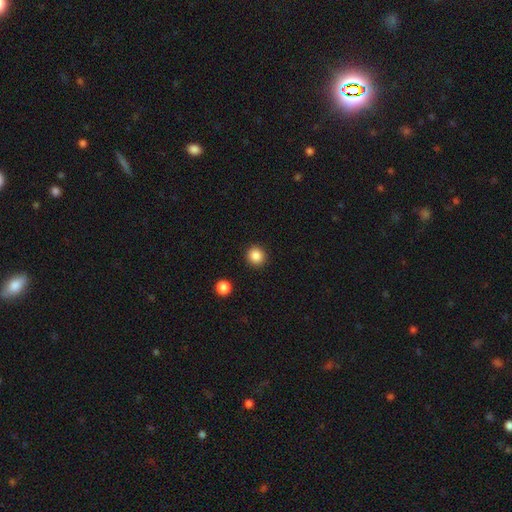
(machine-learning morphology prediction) Smooth or featured: smooth — 86% (star or artifact — 11%)
How rounded: round — 91% (in between — 8%)
Merging: none — 92% (minor disturbance — 5%)